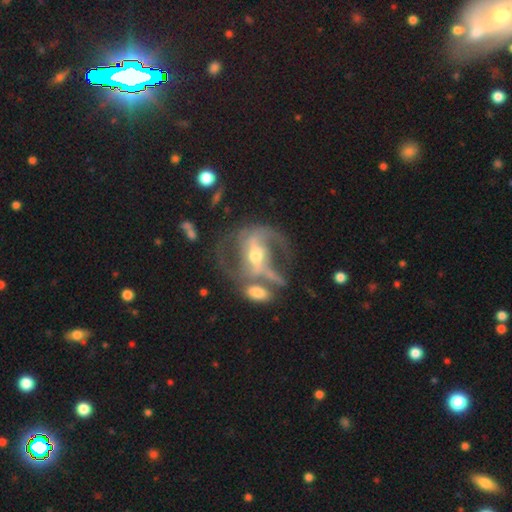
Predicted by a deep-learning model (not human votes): Smooth or featured?
  - featured or disk: 86% *
  - smooth: 8%
  - star or artifact: 6%
Edge-on disk?
  - no: 94% *
  - yes: 6%
Bar?
  - strong: 59% *
  - weak: 26%
  - no: 14%
Spiral arms?
  - yes: 88% *
  - no: 12%
Spiral winding?
  - medium: 49% *
  - loose: 31%
  - tight: 20%
Spiral arm count?
  - 2: 81% *
  - can't tell: 8%
  - 1: 4%
  - 3: 4%
  - 4: 1%
  - more than 4: 1%
Bulge size?
  - moderate: 62% *
  - small: 32%
  - large: 4%
  - none: 1%
  - dominant: 1%
Merging?
  - none: 47% *
  - merger: 21%
  - minor disturbance: 16%
  - major disturbance: 16%